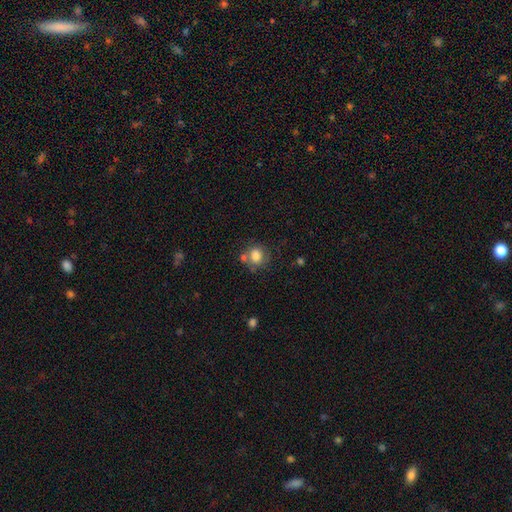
Overall: smooth (84%). How rounded: round (78%). Merging: none (69%).